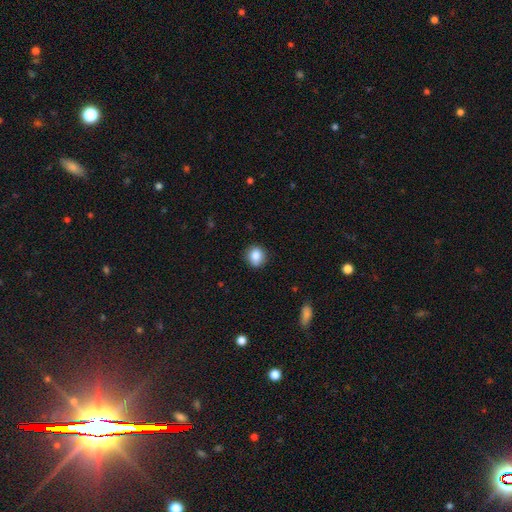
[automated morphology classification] Smooth or featured? smooth (86%)
How rounded? round (78%)
Merging? none (84%)